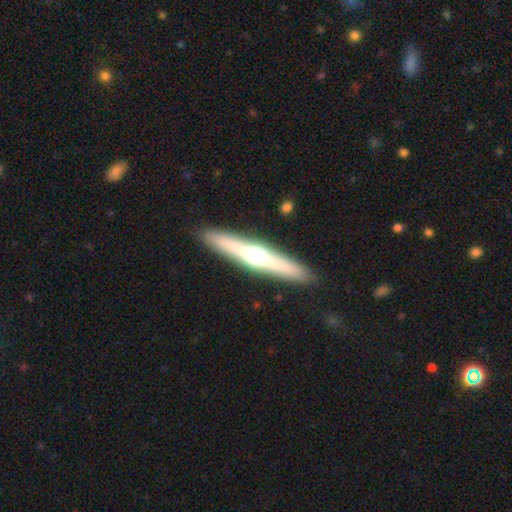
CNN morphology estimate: This is likely a featured or disk galaxy (60%). It is clearly viewed edge-on (95%). Edge-on bulge: clearly rounded (91%). Merging: clearly none (90%).